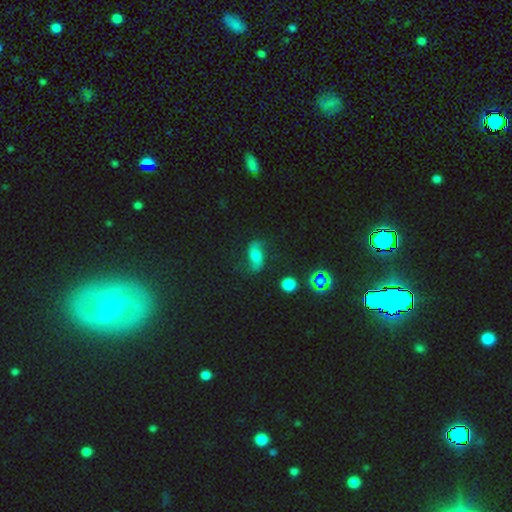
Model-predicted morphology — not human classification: Smooth or featured?
  - featured or disk: 52% *
  - smooth: 31%
  - star or artifact: 17%
Edge-on disk?
  - no: 91% *
  - yes: 9%
Merging?
  - none: 67% *
  - minor disturbance: 19%
  - major disturbance: 11%
  - merger: 3%